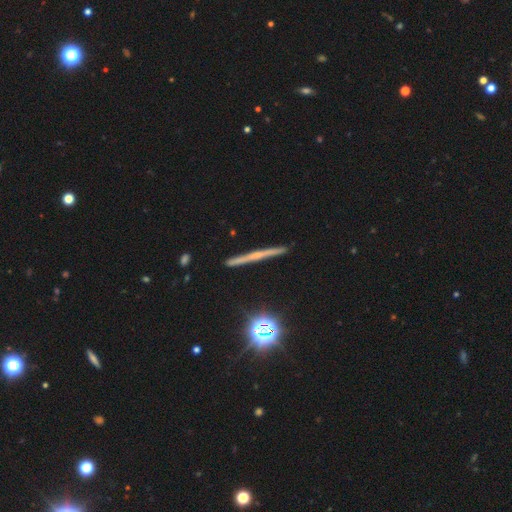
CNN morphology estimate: featured or disk 61%, smooth 26%, star or artifact 13%. Down the decision tree: edge-on disk — yes (97%); edge-on bulge — none (57%); merging — none (91%).